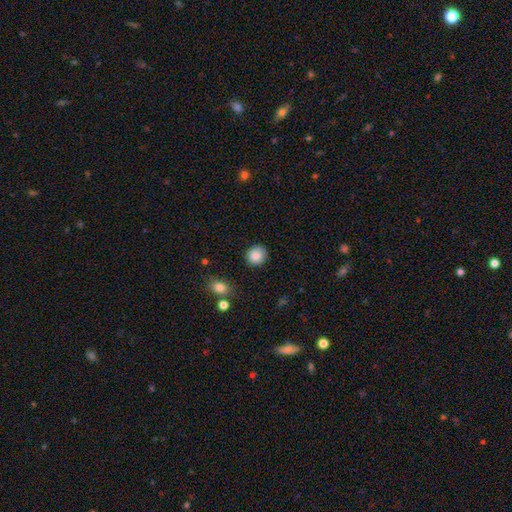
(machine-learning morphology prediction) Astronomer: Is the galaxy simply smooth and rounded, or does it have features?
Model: smooth — 87%.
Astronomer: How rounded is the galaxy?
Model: round — 87%.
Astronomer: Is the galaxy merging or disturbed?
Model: none — 88%.